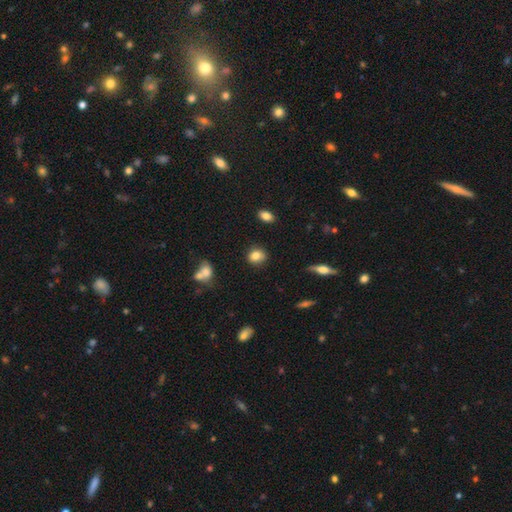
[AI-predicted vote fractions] This is clearly a smooth galaxy (83%). How rounded: likely round (71%). Merging: clearly none (84%).